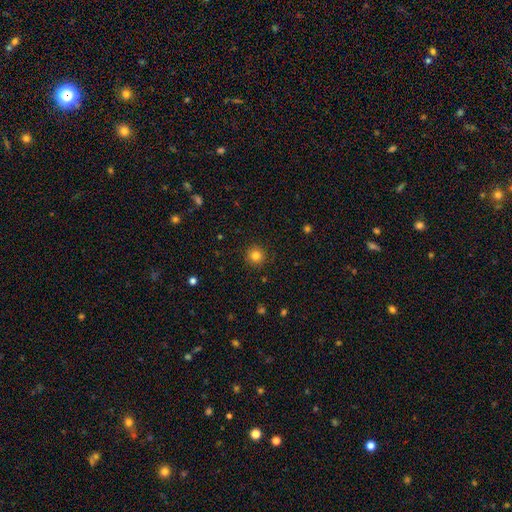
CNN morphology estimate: smooth_or_featured: smooth (p=0.83) [alt: star or artifact p=0.12]
how_rounded: round (p=0.94) [alt: in between p=0.05]
merging: none (p=0.91) [alt: minor disturbance p=0.06]